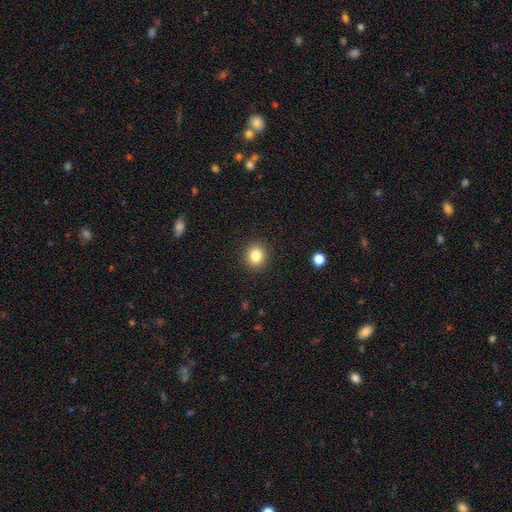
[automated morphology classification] smooth 83%, star or artifact 11%, featured or disk 6%. Down the decision tree: how rounded — round (81%); merging — none (91%).